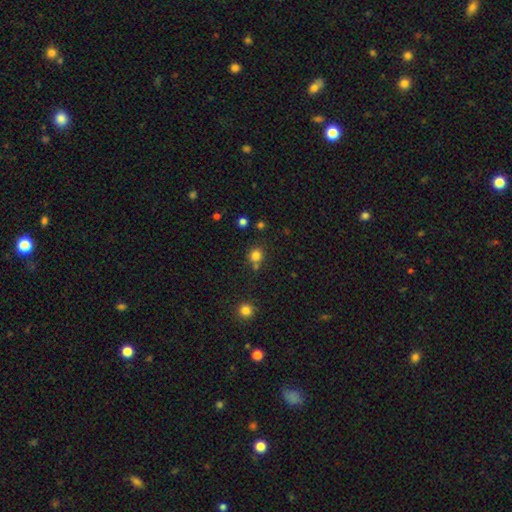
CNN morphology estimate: smooth_or_featured: smooth (p=0.80) [alt: star or artifact p=0.14]
how_rounded: round (p=0.85) [alt: in between p=0.14]
merging: none (p=0.66) [alt: merger p=0.18]